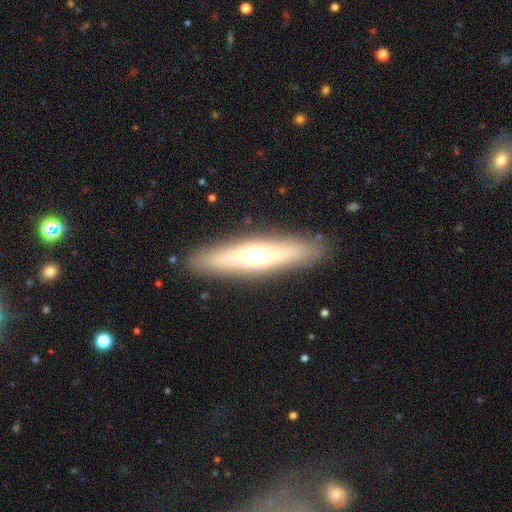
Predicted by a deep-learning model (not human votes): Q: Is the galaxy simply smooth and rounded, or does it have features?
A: featured or disk — 47%.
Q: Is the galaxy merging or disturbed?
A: none — 89%.